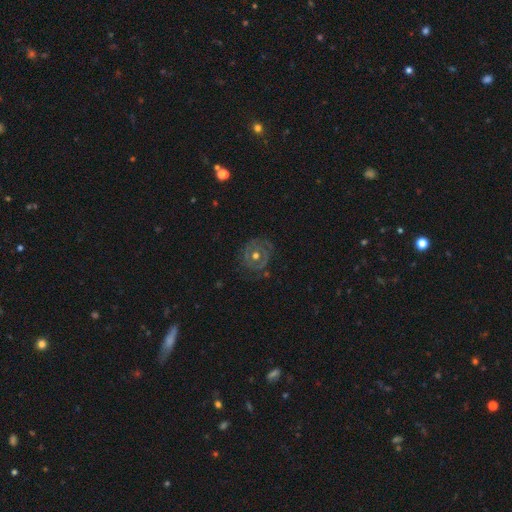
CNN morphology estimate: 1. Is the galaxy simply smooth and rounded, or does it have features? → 70% featured or disk, 22% smooth, 8% star or artifact.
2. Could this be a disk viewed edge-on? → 97% no, 3% yes.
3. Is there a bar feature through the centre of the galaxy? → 79% no, 16% weak, 5% strong.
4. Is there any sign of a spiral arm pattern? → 58% yes, 42% no.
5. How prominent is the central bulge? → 80% moderate, 13% small, 6% large, 1% none, 1% dominant.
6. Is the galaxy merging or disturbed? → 73% none, 17% minor disturbance, 8% major disturbance, 2% merger.